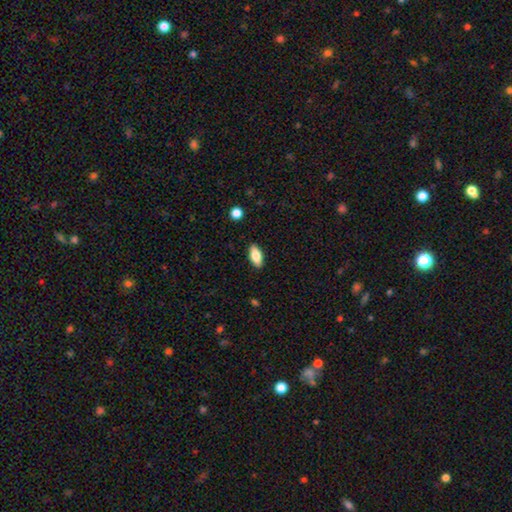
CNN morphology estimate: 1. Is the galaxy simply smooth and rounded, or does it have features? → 76% smooth, 17% featured or disk, 7% star or artifact.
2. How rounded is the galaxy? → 84% in between, 14% cigar-shaped, 3% round.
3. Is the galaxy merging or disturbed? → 89% none, 9% minor disturbance, 2% major disturbance, 1% merger.